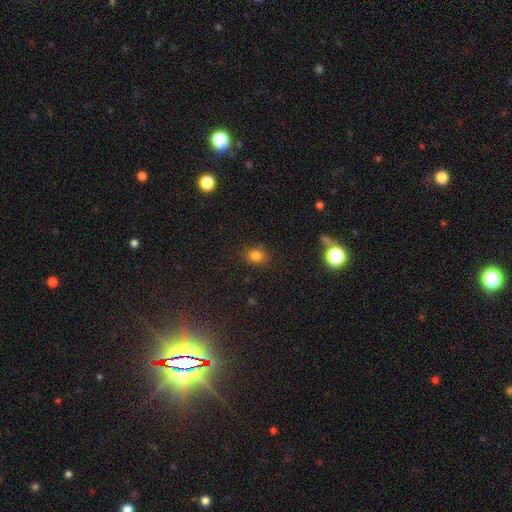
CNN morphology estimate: smooth_or_featured: smooth (p=0.80) [alt: star or artifact p=0.15]
how_rounded: round (p=0.57) [alt: in between p=0.42]
merging: none (p=0.85) [alt: minor disturbance p=0.11]